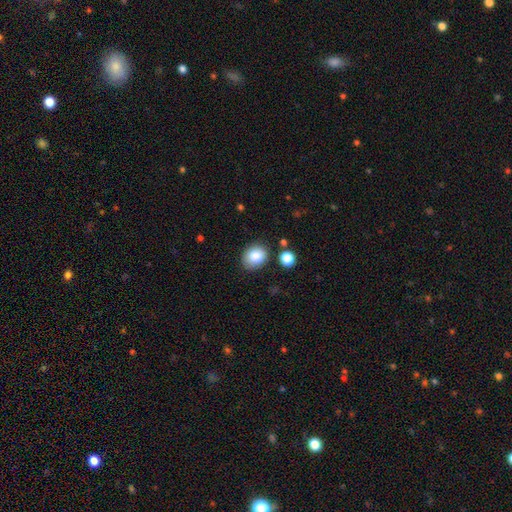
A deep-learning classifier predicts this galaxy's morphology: Smooth or featured: smooth — 84% (star or artifact — 9%)
How rounded: in between — 53% (round — 46%)
Merging: none — 82% (minor disturbance — 11%)